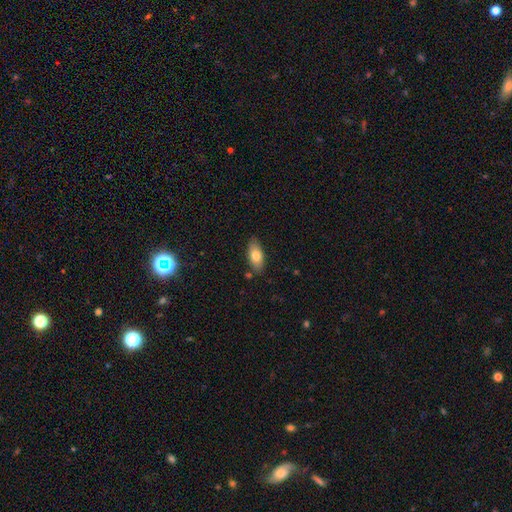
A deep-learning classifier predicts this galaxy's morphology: Smooth or featured?
  - smooth: 77% *
  - featured or disk: 16%
  - star or artifact: 7%
How rounded?
  - in between: 87% *
  - cigar-shaped: 10%
  - round: 3%
Merging?
  - none: 82% *
  - minor disturbance: 13%
  - merger: 3%
  - major disturbance: 2%